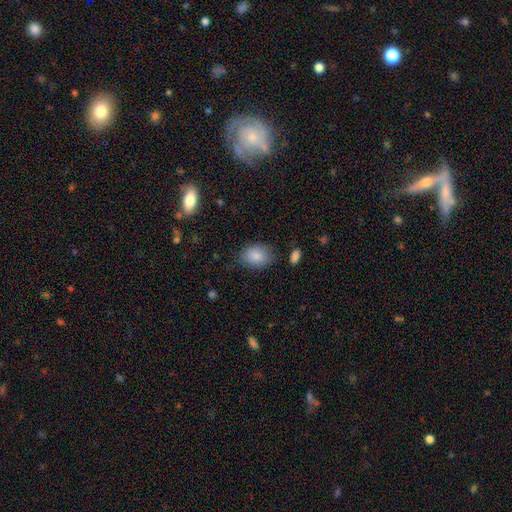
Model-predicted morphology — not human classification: Q: Smooth or featured?
A: smooth (86%); runner-up: star or artifact (7%)
Q: How rounded?
A: in between (73%); runner-up: round (26%)
Q: Merging?
A: none (78%); runner-up: minor disturbance (16%)